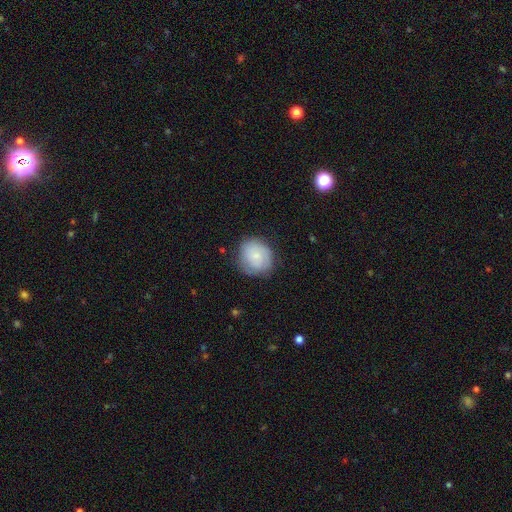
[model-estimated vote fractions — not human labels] Overall: smooth (66%; featured or disk 27%). How rounded: round (79%). Merging: none (73%).